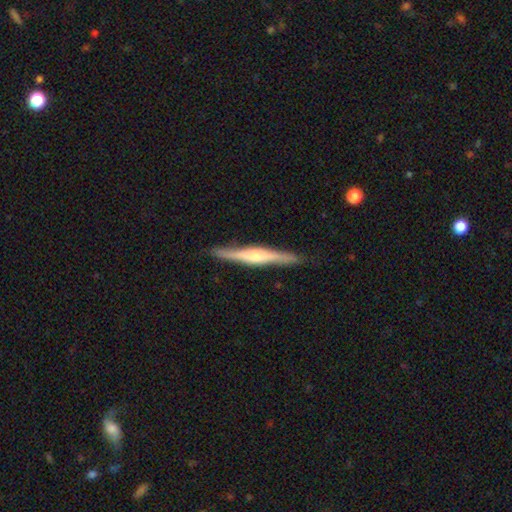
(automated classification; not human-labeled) Smooth or featured? Predicted: featured or disk (p=0.71). Edge-on disk? Predicted: yes (p=0.97). Edge-on bulge? Predicted: rounded (p=0.74). Merging? Predicted: none (p=0.89).